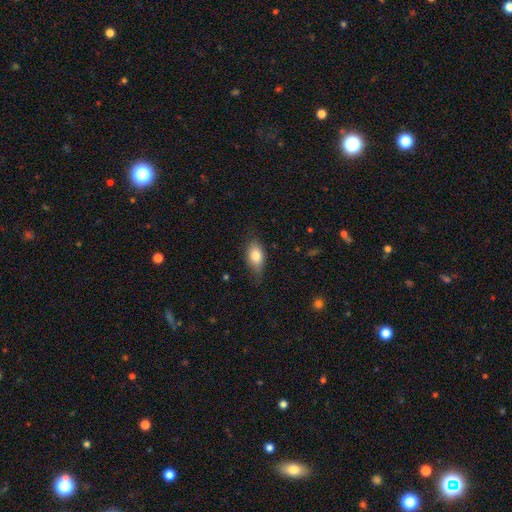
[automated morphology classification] type=smooth (80%); roundness=in between (87%); merging=none (69%).